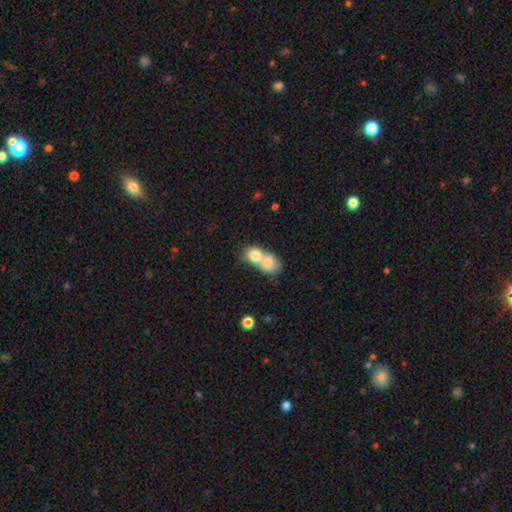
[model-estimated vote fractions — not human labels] A smooth galaxy with no disk features (76%) that is in between round and cigar-shaped (49%, tied with round).

Vote fractions:
- Smooth or featured? smooth: 76% / featured or disk: 17% / star or artifact: 8%
- How rounded? in between: 49% (tied) / round: 49% (tied) / cigar-shaped: 2%
- Merging? merger: 78% / none: 15% / minor disturbance: 4% / major disturbance: 3%